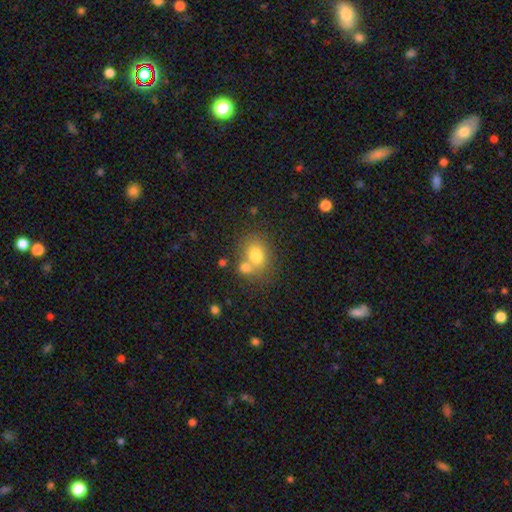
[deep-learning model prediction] A smooth galaxy with no disk features (75%) that is in between round and cigar-shaped (51%). Merging: none (50%).